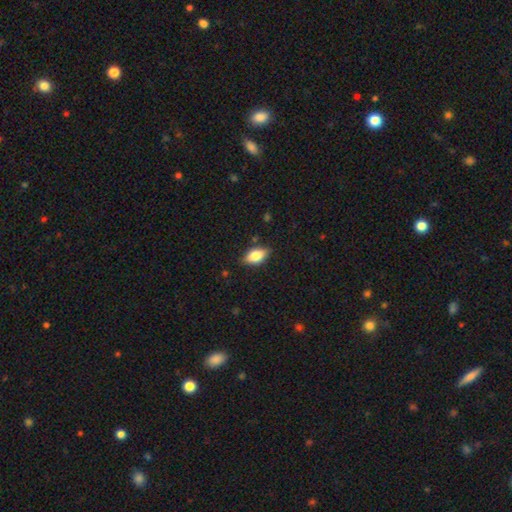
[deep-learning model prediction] smooth_or_featured: smooth (p=0.73) [alt: featured or disk p=0.19]
how_rounded: in between (p=0.87) [alt: cigar-shaped p=0.08]
merging: none (p=0.82) [alt: minor disturbance p=0.14]